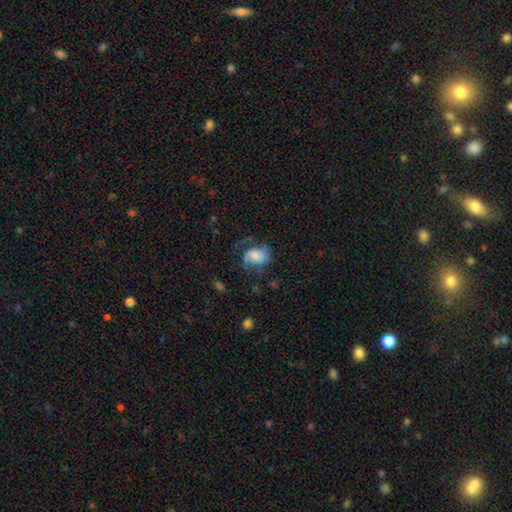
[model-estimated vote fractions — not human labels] smooth_or_featured: featured or disk (p=0.48) [alt: smooth p=0.43]
merging: none (p=0.45) [alt: major disturbance p=0.29]